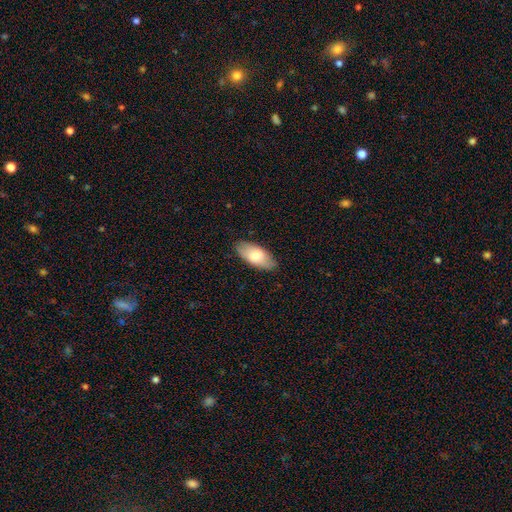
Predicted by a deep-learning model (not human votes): This appears to be a smooth galaxy with no disk features (74%) that is in between round and cigar-shaped (90%). Merging: none (84%).